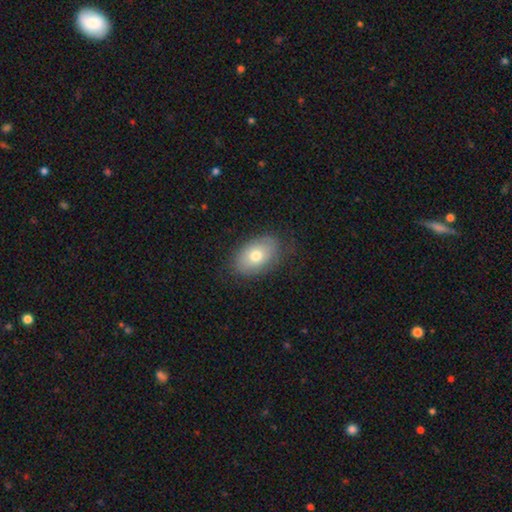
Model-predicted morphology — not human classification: Q: Smooth or featured?
A: smooth (67%); runner-up: featured or disk (25%)
Q: How rounded?
A: in between (88%); runner-up: round (11%)
Q: Merging?
A: none (79%); runner-up: minor disturbance (15%)